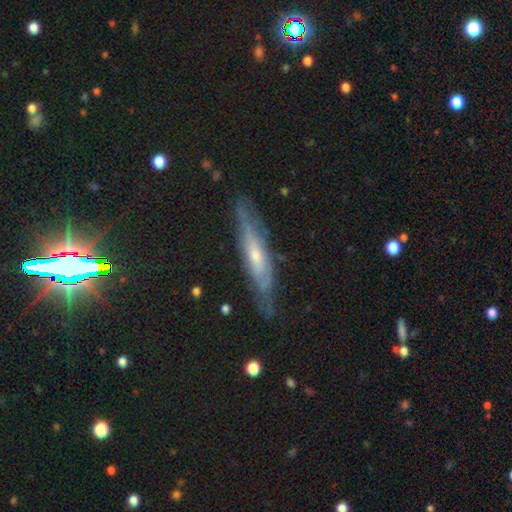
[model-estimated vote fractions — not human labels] Smooth or featured? featured or disk (65%)
Edge-on disk? yes (68%)
Merging? none (80%)